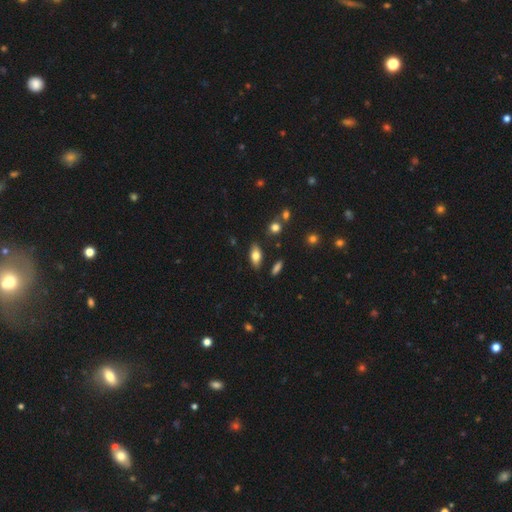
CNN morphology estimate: Smooth or featured? smooth (73%)
How rounded? in between (84%)
Merging? none (83%)